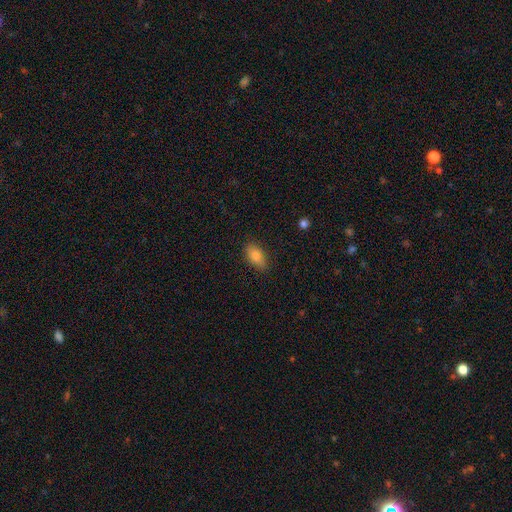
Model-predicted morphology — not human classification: The model was most divided on "merging": none: 76%, minor disturbance: 18%, major disturbance: 4%, merger: 1%. More confident: how rounded — in between (89%); smooth or featured — smooth (85%).